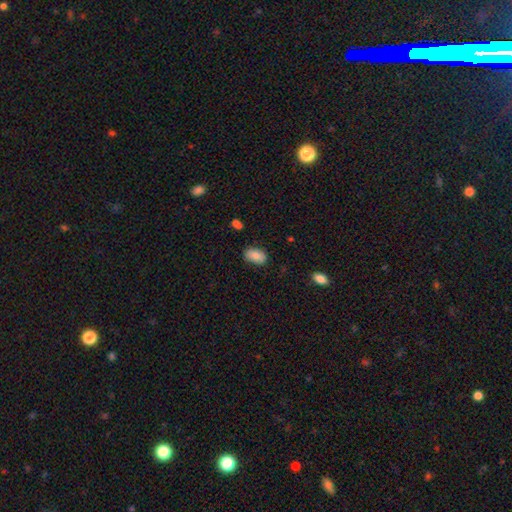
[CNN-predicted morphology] Overall: smooth (84%). How rounded: in between (91%). Merging: none (81%).